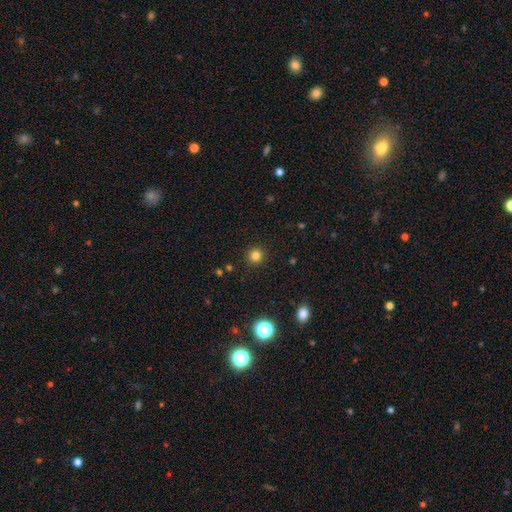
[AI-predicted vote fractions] Smooth or featured? smooth (81%)
How rounded? round (94%)
Merging? none (91%)